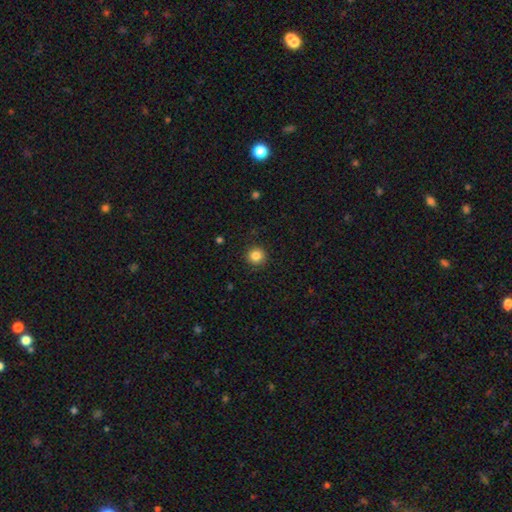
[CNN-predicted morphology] This is clearly a smooth galaxy (85%). How rounded: clearly round (94%). Merging: clearly none (90%).